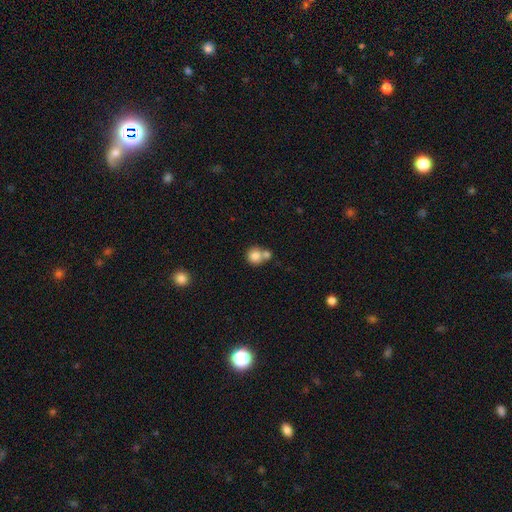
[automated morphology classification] smooth 81%, featured or disk 9%, star or artifact 9%. Down the decision tree: how rounded — round (90%); merging — none (46%).